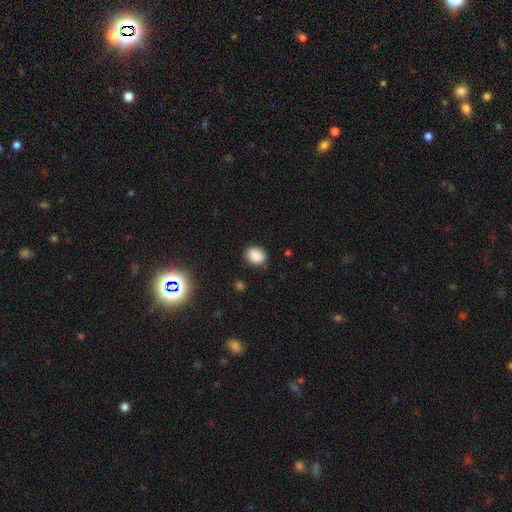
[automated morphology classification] This appears to be a smooth galaxy with no disk features (87%) that is round (50%). Merging: none (83%).